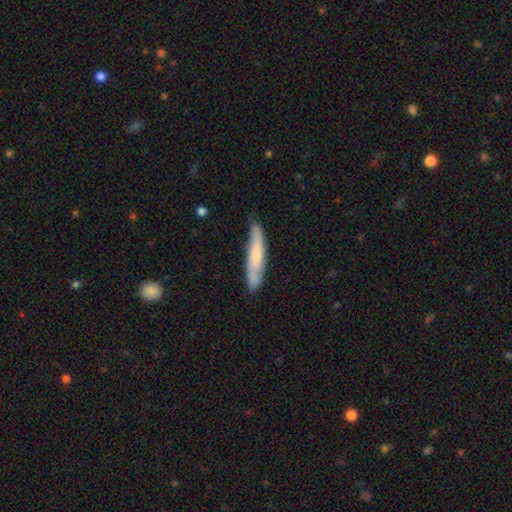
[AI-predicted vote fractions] smooth_or_featured: smooth (p=0.53) [alt: featured or disk p=0.42]
how_rounded: cigar-shaped (p=0.88) [alt: in between p=0.11]
merging: none (p=0.76) [alt: minor disturbance p=0.19]